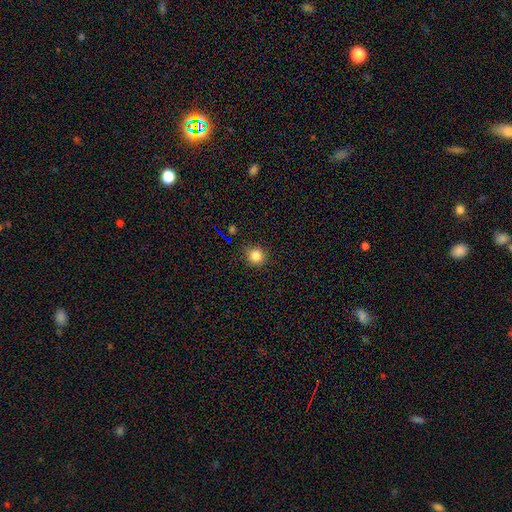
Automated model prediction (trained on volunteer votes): smooth 84%, star or artifact 12%, featured or disk 4%. Down the decision tree: how rounded — round (89%); merging — none (88%).